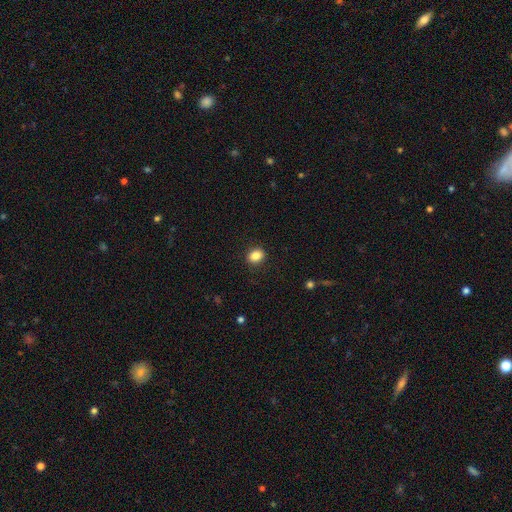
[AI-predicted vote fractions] Smooth or featured? Predicted: smooth (p=0.86). How rounded? Predicted: in between (p=0.58). Merging? Predicted: none (p=0.89).